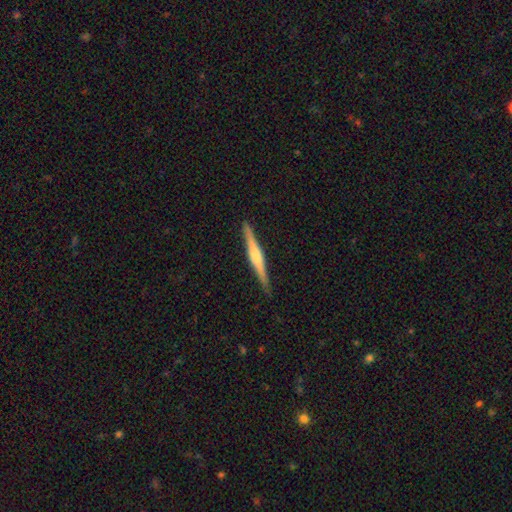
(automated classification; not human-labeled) Smooth or featured?
  - featured or disk: 70% *
  - smooth: 24%
  - star or artifact: 5%
Edge-on disk?
  - yes: 98% *
  - no: 2%
Edge-on bulge?
  - rounded: 67% *
  - boxy: 22%
  - none: 11%
Merging?
  - none: 90% *
  - minor disturbance: 7%
  - major disturbance: 1%
  - merger: 1%